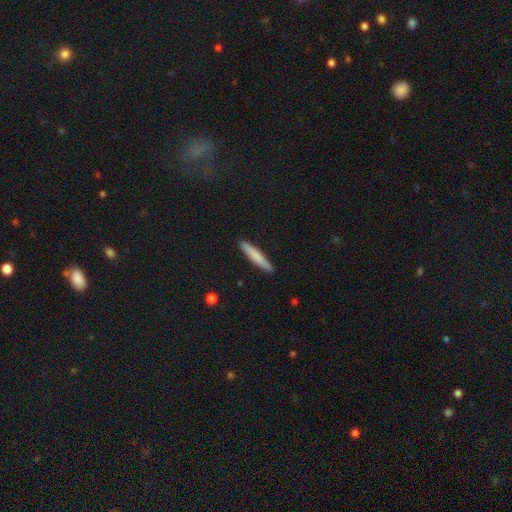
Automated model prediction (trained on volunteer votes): smooth_or_featured: smooth (p=0.75) [alt: featured or disk p=0.20]
how_rounded: cigar-shaped (p=0.94) [alt: in between p=0.04]
merging: none (p=0.91) [alt: minor disturbance p=0.06]